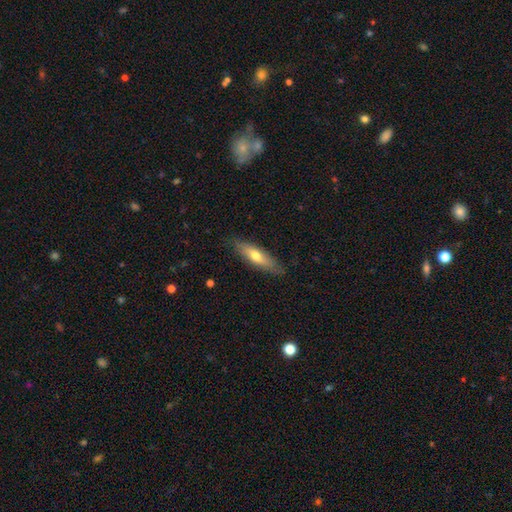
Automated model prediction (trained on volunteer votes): Smooth or featured: smooth — 60% (featured or disk — 34%)
How rounded: cigar-shaped — 60% (in between — 37%)
Merging: none — 84% (minor disturbance — 13%)